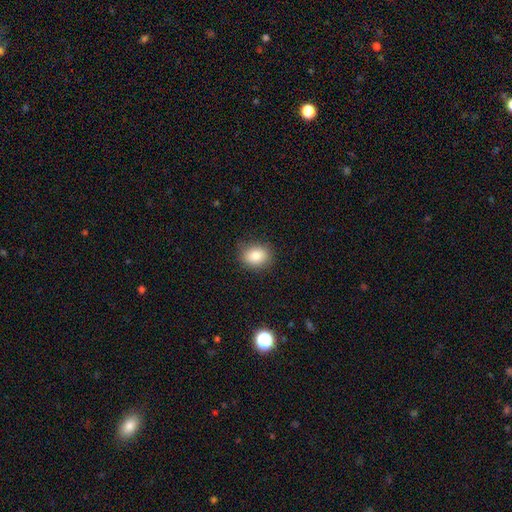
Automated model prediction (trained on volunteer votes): Overall: smooth (82%). How rounded: round (53%; in between 46%). Merging: none (83%).